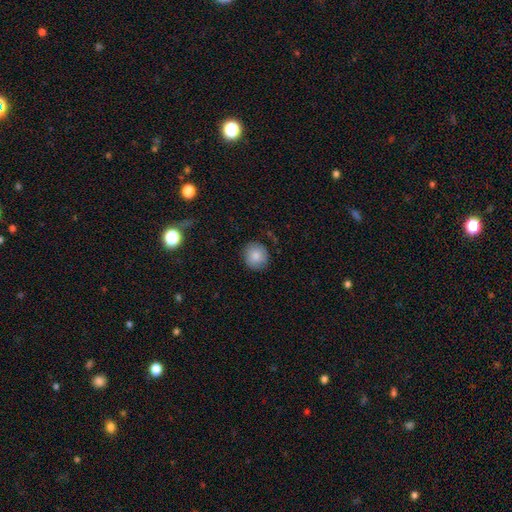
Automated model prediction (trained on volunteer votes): smooth_or_featured: smooth (p=0.84) [alt: featured or disk p=0.08]
how_rounded: round (p=0.88) [alt: in between p=0.11]
merging: none (p=0.86) [alt: minor disturbance p=0.10]